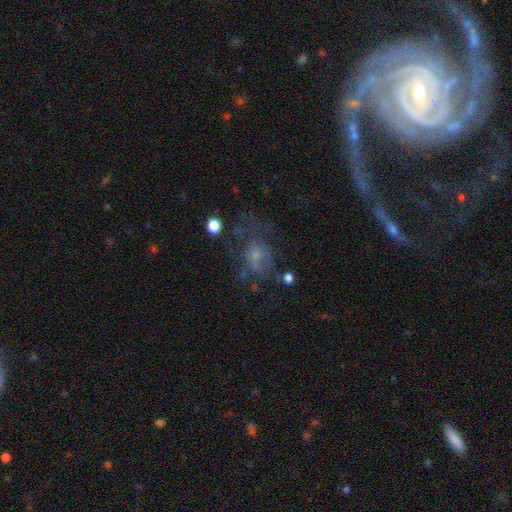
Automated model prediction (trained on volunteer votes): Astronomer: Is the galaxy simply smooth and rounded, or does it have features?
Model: featured or disk — 43% (runner-up: smooth, 38%).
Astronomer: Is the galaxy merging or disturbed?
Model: none — 44% (runner-up: major disturbance, 32%).